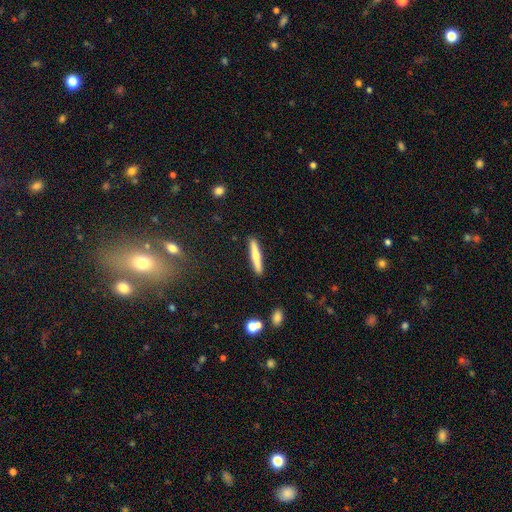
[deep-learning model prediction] Smooth or featured? Predicted: smooth (p=0.58). How rounded? Predicted: cigar-shaped (p=0.92). Merging? Predicted: none (p=0.90).